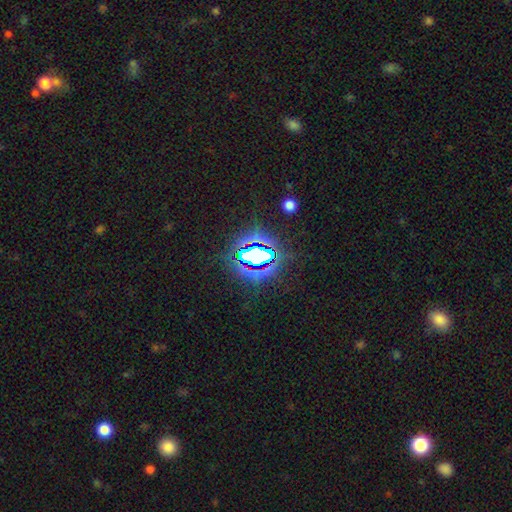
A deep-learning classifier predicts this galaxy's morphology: Smooth or featured? Predicted: star or artifact (p=0.72).